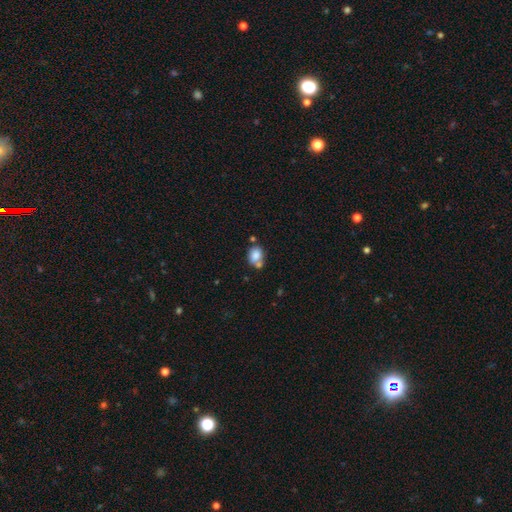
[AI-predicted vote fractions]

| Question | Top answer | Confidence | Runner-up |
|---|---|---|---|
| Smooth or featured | smooth | 79% | featured or disk (11%) |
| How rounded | in between | 54% | round (45%) |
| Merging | none | 46% | merger (32%) |